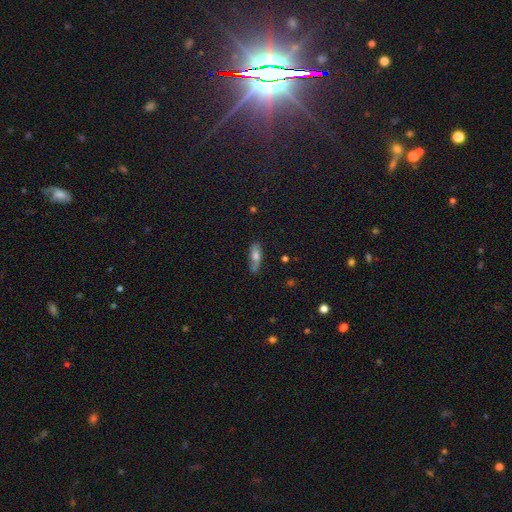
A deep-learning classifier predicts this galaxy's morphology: smooth_or_featured: smooth (p=0.62) [alt: featured or disk p=0.30]
how_rounded: in between (p=0.58) [alt: cigar-shaped p=0.39]
merging: none (p=0.71) [alt: minor disturbance p=0.22]